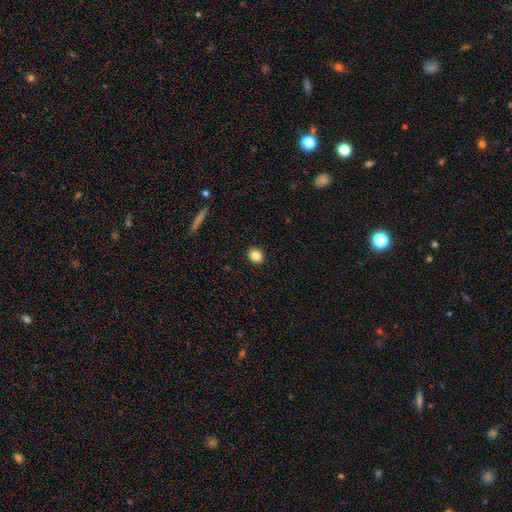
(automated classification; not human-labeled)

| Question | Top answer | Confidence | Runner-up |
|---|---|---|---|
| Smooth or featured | smooth | 84% | star or artifact (10%) |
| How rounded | round | 71% | in between (28%) |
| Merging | none | 92% | minor disturbance (6%) |